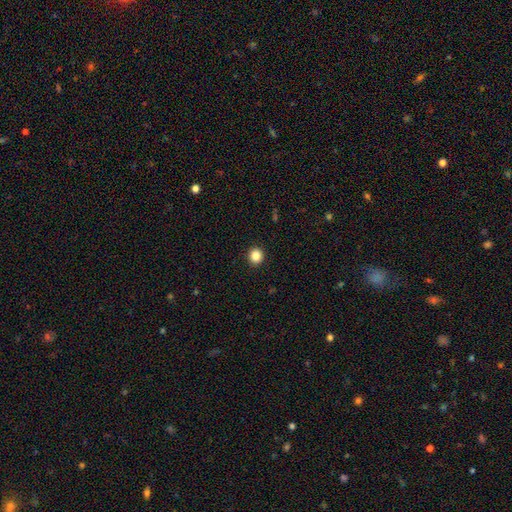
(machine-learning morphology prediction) smooth-or-featured: smooth: 85% | star or artifact: 11% | featured or disk: 4%
  how-rounded: round: 90% | in between: 9% | cigar-shaped: 1%
  merging: none: 93% | minor disturbance: 5% | major disturbance: 2% | merger: 1%